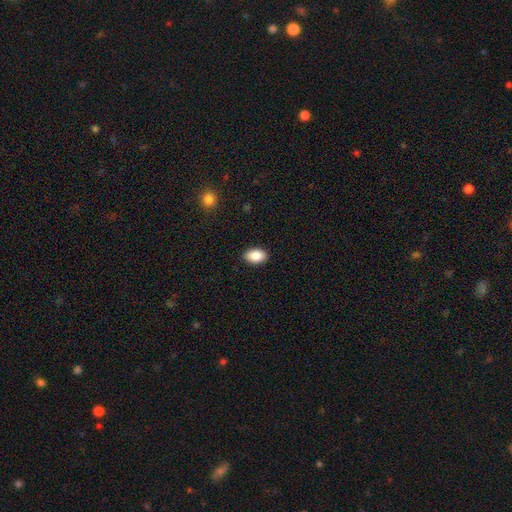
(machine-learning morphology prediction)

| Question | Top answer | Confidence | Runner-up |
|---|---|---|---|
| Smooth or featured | smooth | 89% | star or artifact (7%) |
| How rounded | in between | 89% | round (10%) |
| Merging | none | 90% | minor disturbance (7%) |